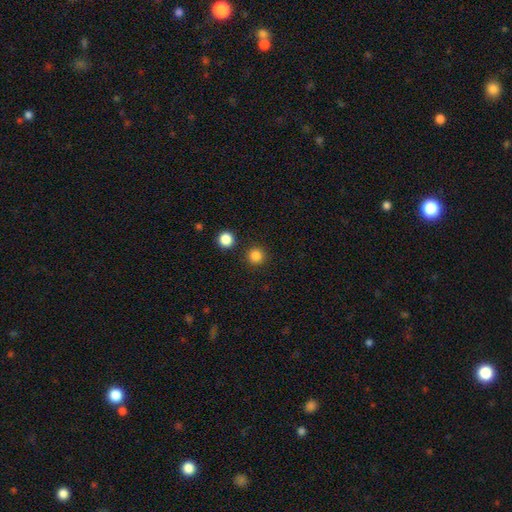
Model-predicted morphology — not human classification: Smooth or featured: smooth — 85% (star or artifact — 12%)
How rounded: round — 94% (in between — 5%)
Merging: none — 88% (minor disturbance — 6%)